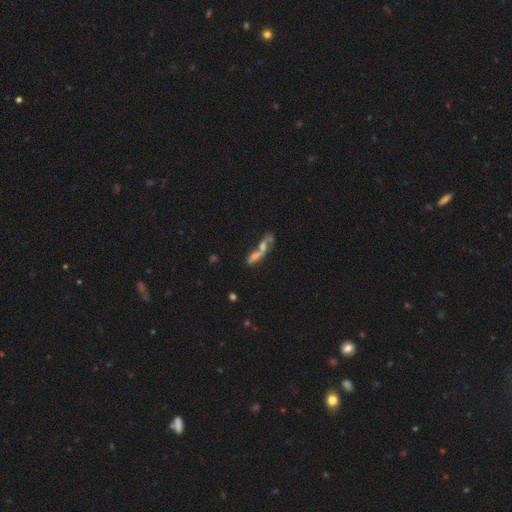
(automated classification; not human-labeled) The model was most divided on "smooth or featured": featured or disk: 45%, smooth: 40%, star or artifact: 15%. More confident: merging — merger (54%).